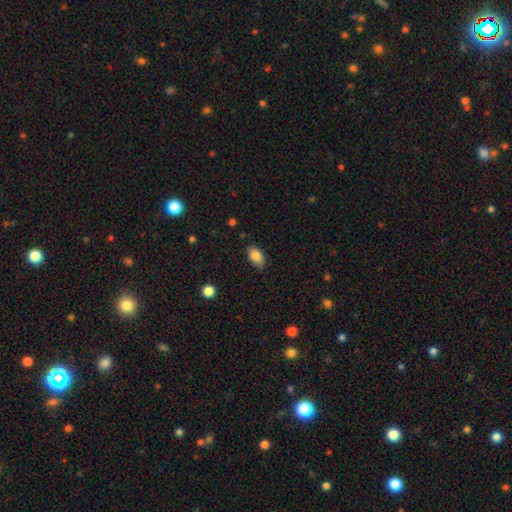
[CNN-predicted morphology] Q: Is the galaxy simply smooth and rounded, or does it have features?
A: smooth — 85%.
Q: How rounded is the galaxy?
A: in between — 91%.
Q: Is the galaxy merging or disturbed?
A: none — 79%.